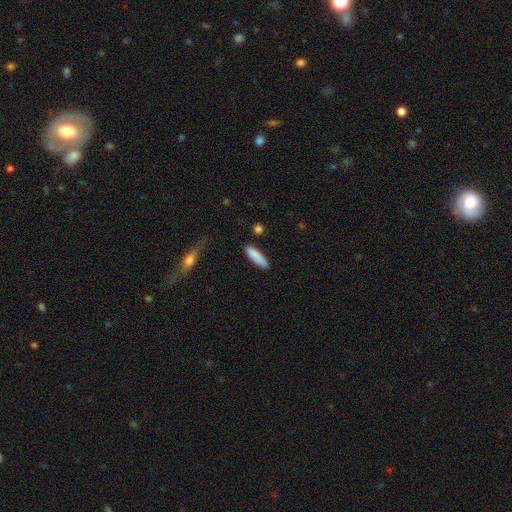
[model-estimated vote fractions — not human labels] Smooth or featured? smooth (86%)
How rounded? cigar-shaped (61%)
Merging? none (80%)